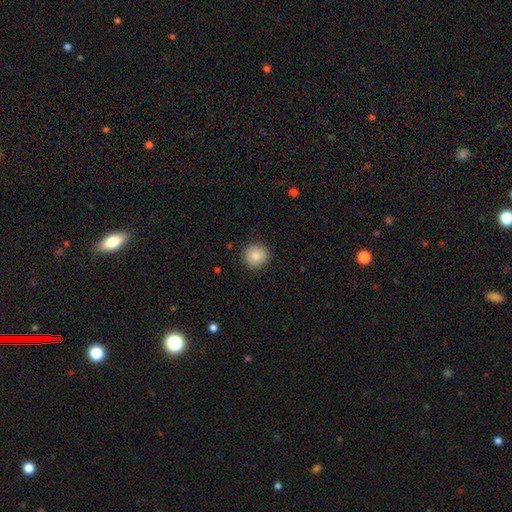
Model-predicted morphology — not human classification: smooth 86%, star or artifact 8%, featured or disk 6%. Down the decision tree: how rounded — round (93%); merging — none (90%).